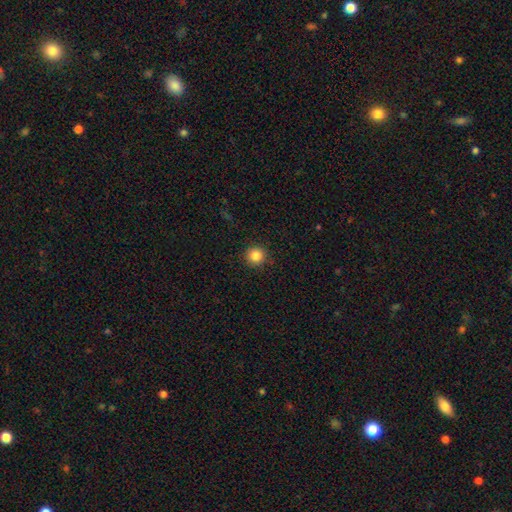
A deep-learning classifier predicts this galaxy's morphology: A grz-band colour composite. It shows a smooth galaxy with no disk features (85%) that is round (94%). Merging: none (91%).